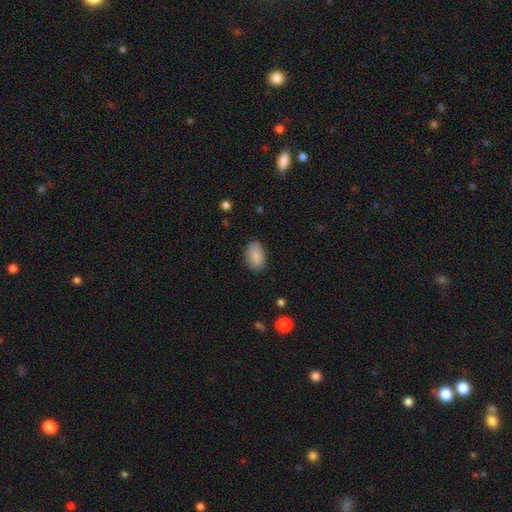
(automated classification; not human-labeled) Smooth or featured: smooth — 87% (star or artifact — 7%)
How rounded: in between — 89% (round — 10%)
Merging: none — 82% (minor disturbance — 14%)